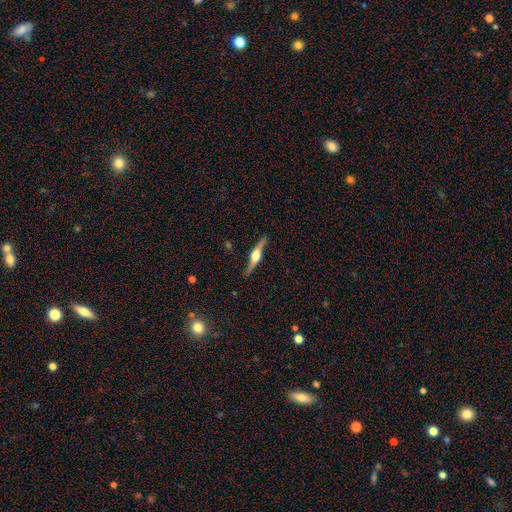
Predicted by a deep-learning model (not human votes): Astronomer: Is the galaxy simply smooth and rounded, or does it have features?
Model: featured or disk — 79%.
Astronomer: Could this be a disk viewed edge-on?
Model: yes — 93%.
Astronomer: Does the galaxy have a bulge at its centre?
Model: rounded — 91%.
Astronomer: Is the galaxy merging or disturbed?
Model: none — 82%.